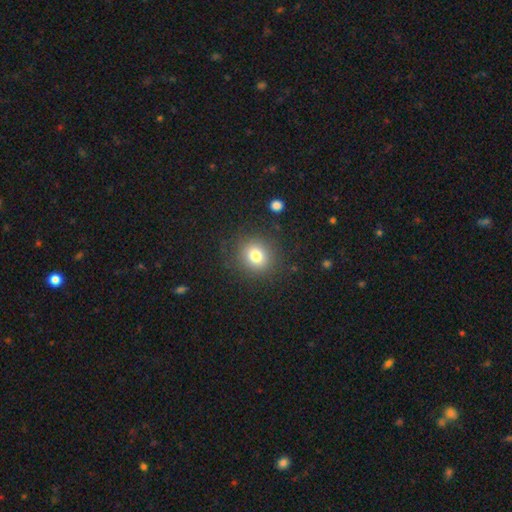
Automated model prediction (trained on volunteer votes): Smooth or featured? Predicted: smooth (p=0.79). How rounded? Predicted: round (p=0.84). Merging? Predicted: none (p=0.87).